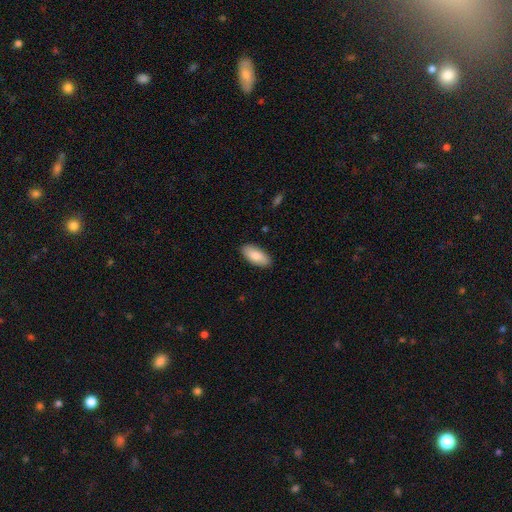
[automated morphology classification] This appears to be a smooth galaxy with no disk features (86%) that is in between round and cigar-shaped (89%). Merging: none (88%).